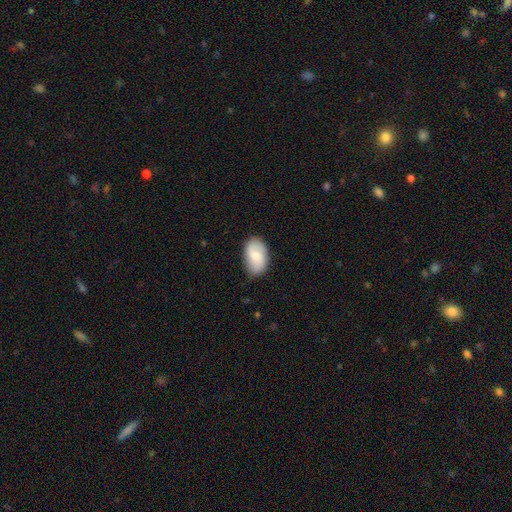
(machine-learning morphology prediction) Smooth or featured? smooth (70%)
How rounded? in between (93%)
Merging? none (80%)